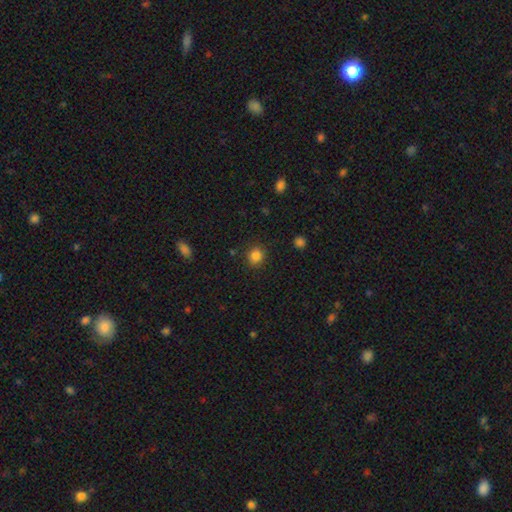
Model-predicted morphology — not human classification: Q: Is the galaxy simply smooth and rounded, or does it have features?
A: smooth — 85%.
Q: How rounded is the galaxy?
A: round — 80%.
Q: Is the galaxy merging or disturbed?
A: none — 88%.